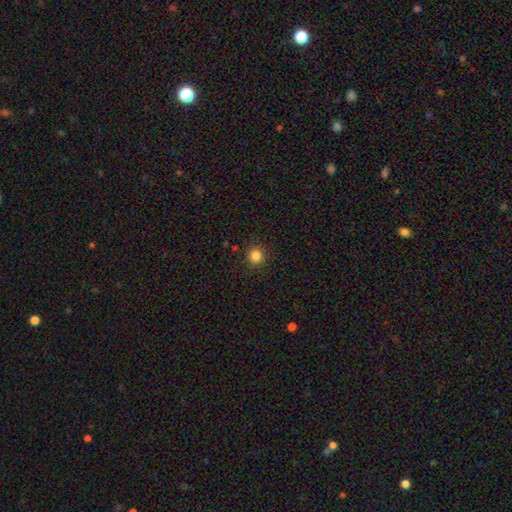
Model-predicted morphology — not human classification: Smooth or featured?
  - smooth: 84% *
  - star or artifact: 12%
  - featured or disk: 4%
How rounded?
  - round: 92% *
  - in between: 7%
  - cigar-shaped: 1%
Merging?
  - none: 91% *
  - minor disturbance: 6%
  - major disturbance: 2%
  - merger: 1%